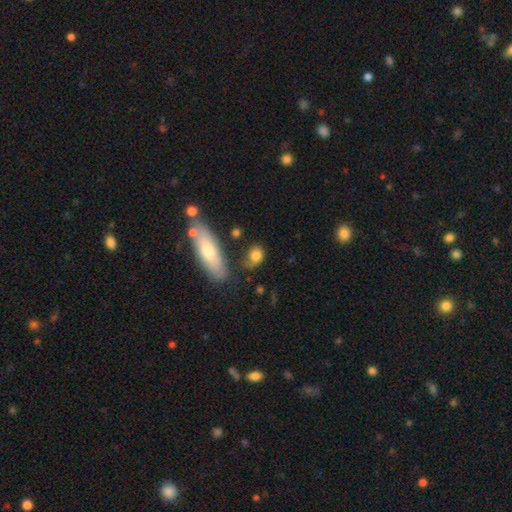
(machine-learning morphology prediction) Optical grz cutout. It shows a smooth galaxy with no disk features (77%) that is in between round and cigar-shaped (58%). Merging: none (51%).